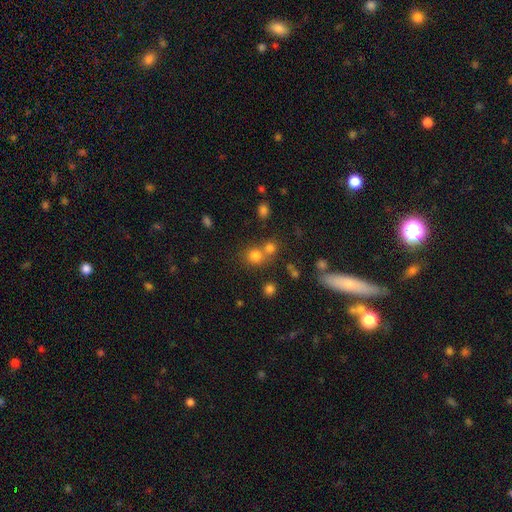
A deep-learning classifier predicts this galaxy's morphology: Q: Smooth or featured?
A: smooth (76%); runner-up: star or artifact (16%)
Q: How rounded?
A: round (83%); runner-up: in between (16%)
Q: Merging?
A: none (53%); runner-up: merger (37%)